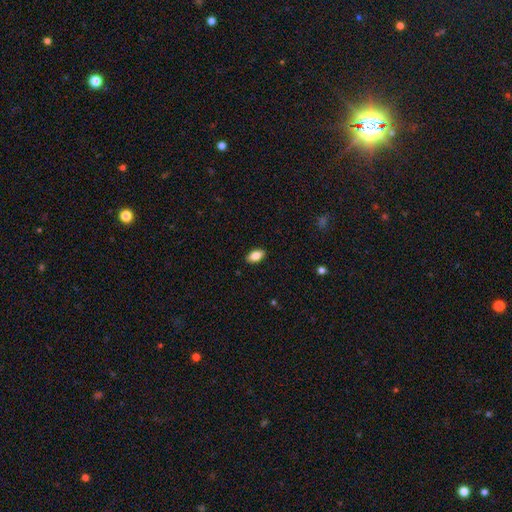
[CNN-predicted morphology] A smooth galaxy with no disk features (84%) that is in between round and cigar-shaped (91%). Merging: none (89%).